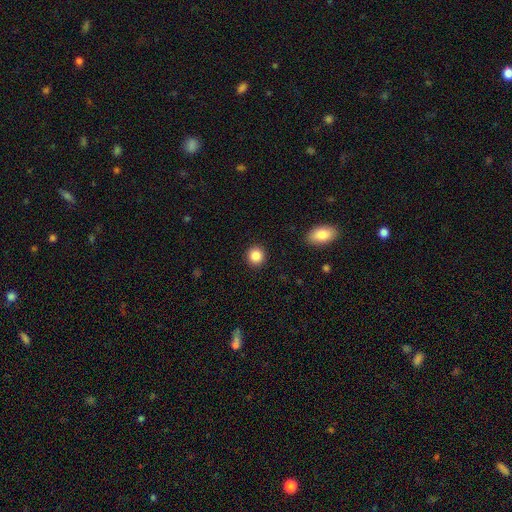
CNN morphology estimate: smooth 87%, star or artifact 9%, featured or disk 4%. Down the decision tree: how rounded — round (91%); merging — none (92%).